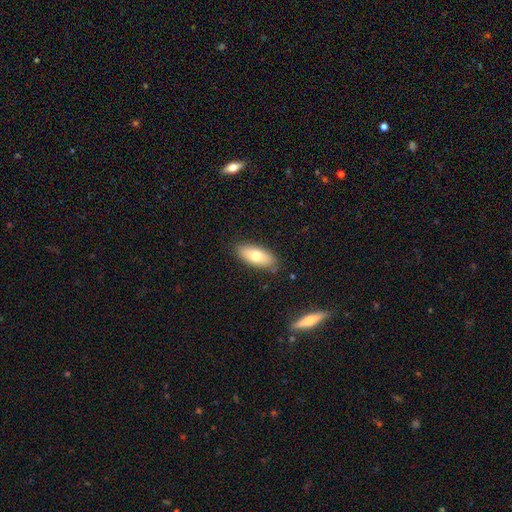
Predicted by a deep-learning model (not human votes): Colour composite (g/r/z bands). It shows a smooth galaxy with no disk features (72%) that is in between round and cigar-shaped (82%). Merging: none (84%).